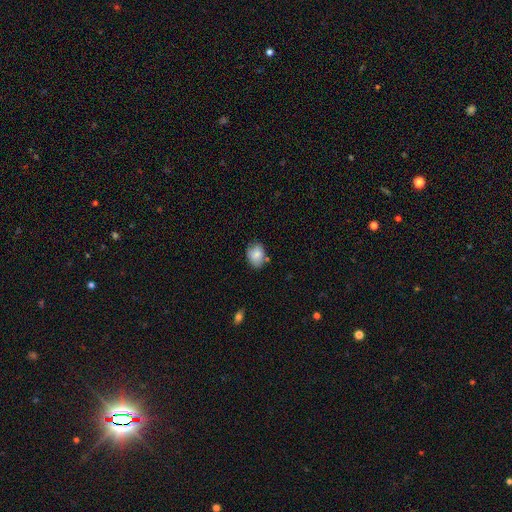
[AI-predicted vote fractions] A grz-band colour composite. It shows a smooth galaxy with no disk features (82%) that is in between round and cigar-shaped (58%). Merging: none (68%).